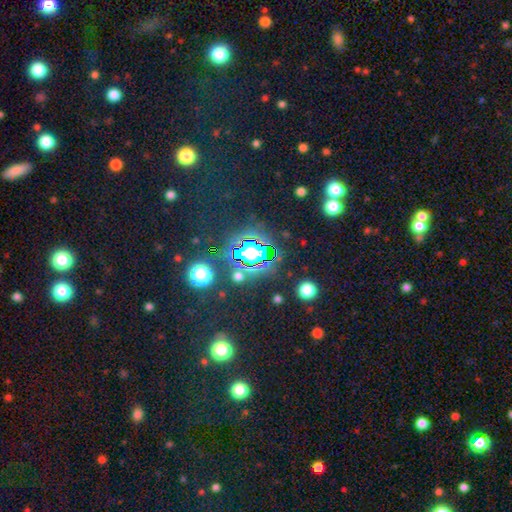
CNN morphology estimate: Overall: star or artifact (73%).